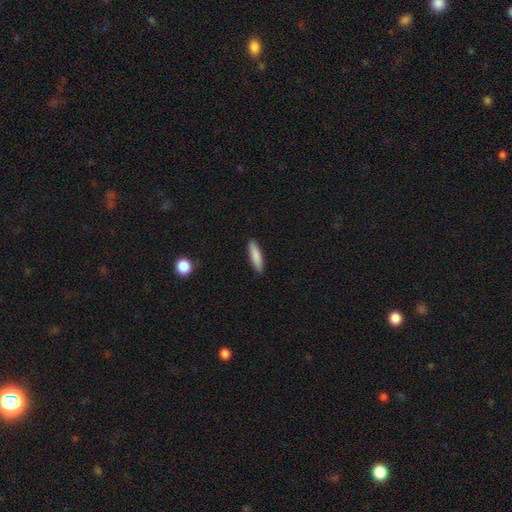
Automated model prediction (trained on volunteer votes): smooth 85%, featured or disk 9%, star or artifact 6%. Down the decision tree: how rounded — cigar-shaped (74%); merging — none (90%).